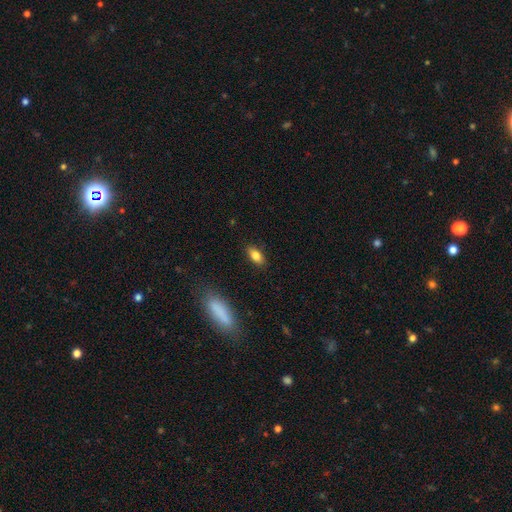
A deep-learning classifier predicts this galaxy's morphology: A smooth galaxy with no disk features (81%) that is in between round and cigar-shaped (85%).

Vote fractions:
- Smooth or featured? smooth: 81% / featured or disk: 11% / star or artifact: 8%
- How rounded? in between: 85% / cigar-shaped: 10% / round: 5%
- Merging? none: 86% / minor disturbance: 10% / major disturbance: 2% / merger: 1%